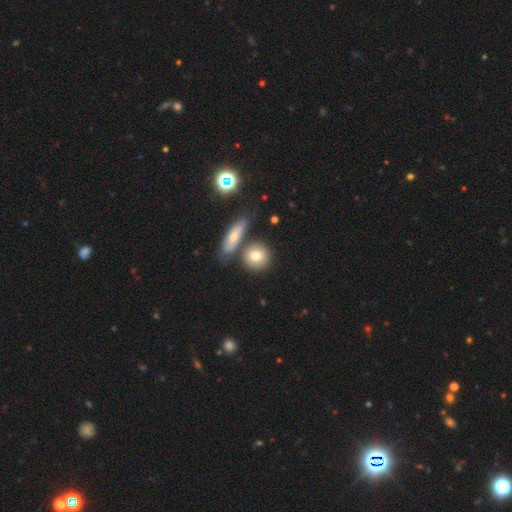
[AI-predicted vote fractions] smooth-or-featured: smooth: 75% | featured or disk: 16% | star or artifact: 9%
  how-rounded: round: 78% | in between: 18% | cigar-shaped: 4%
  merging: none: 67% | merger: 19% | minor disturbance: 11% | major disturbance: 3%